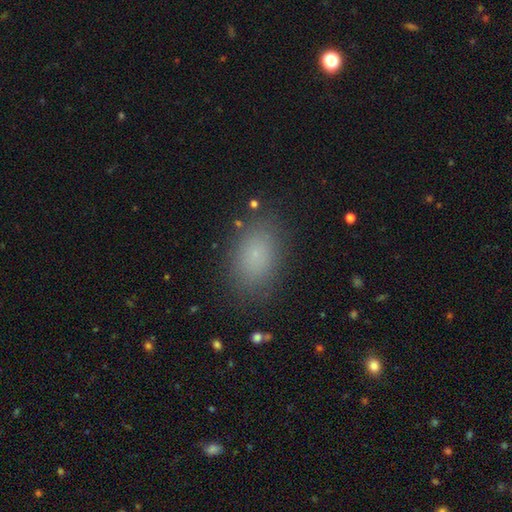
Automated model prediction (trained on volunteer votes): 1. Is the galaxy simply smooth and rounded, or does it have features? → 79% smooth, 13% star or artifact, 8% featured or disk.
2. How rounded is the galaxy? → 84% in between, 15% round, 2% cigar-shaped.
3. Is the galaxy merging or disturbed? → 84% none, 11% minor disturbance, 4% major disturbance, 1% merger.